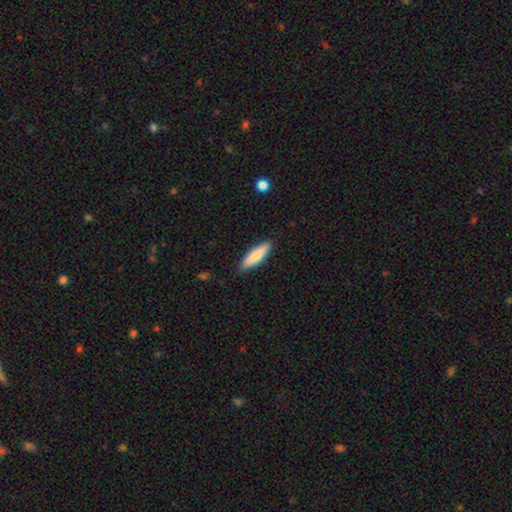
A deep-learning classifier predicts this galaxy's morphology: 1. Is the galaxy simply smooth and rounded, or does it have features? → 80% smooth, 15% featured or disk, 5% star or artifact.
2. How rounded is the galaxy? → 59% cigar-shaped, 40% in between, 1% round.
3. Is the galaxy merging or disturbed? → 87% none, 11% minor disturbance, 2% major disturbance, 1% merger.